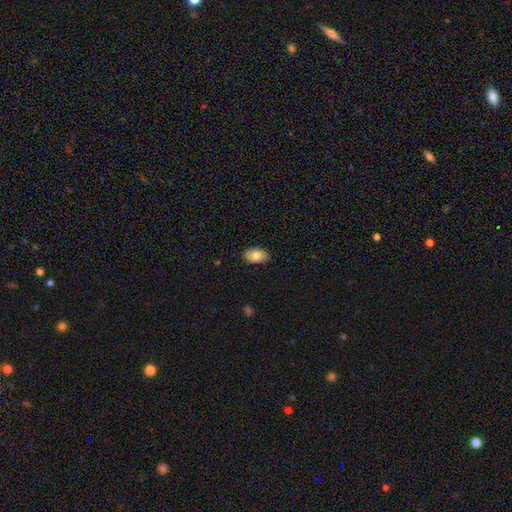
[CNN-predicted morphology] Smooth or featured?
  - smooth: 80% *
  - featured or disk: 13%
  - star or artifact: 7%
How rounded?
  - in between: 93% *
  - round: 5%
  - cigar-shaped: 2%
Merging?
  - none: 87% *
  - minor disturbance: 10%
  - major disturbance: 2%
  - merger: 1%